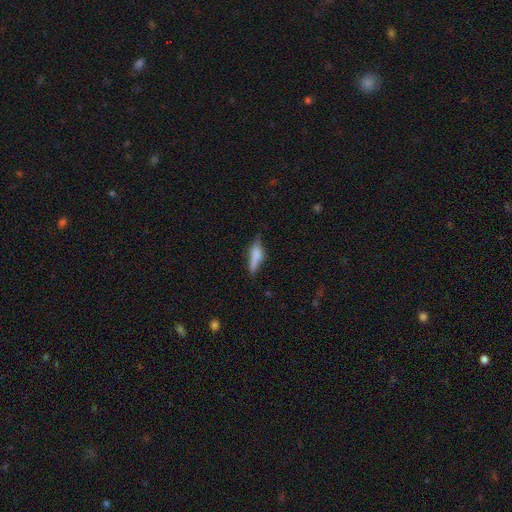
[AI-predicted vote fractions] This appears to be a smooth galaxy with no disk features (60%) that is cigar-shaped (64%). Merging: none (53%).